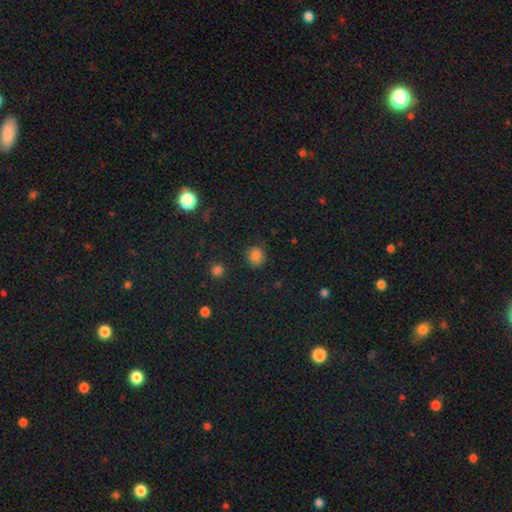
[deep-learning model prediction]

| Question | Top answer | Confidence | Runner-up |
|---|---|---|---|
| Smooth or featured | smooth | 82% | star or artifact (13%) |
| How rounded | round | 83% | in between (16%) |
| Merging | none | 84% | minor disturbance (11%) |